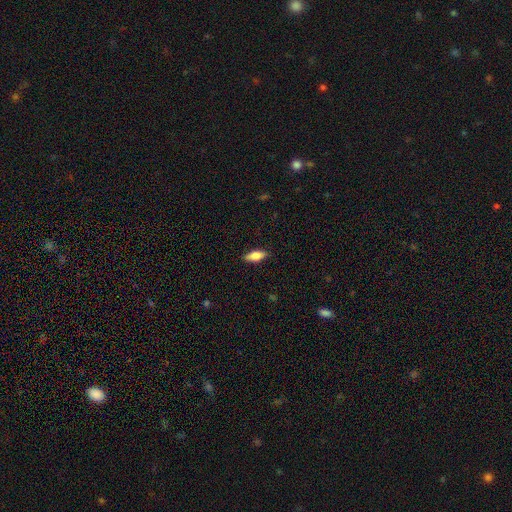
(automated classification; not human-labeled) Smooth or featured? smooth (71%)
How rounded? in between (74%)
Merging? none (87%)